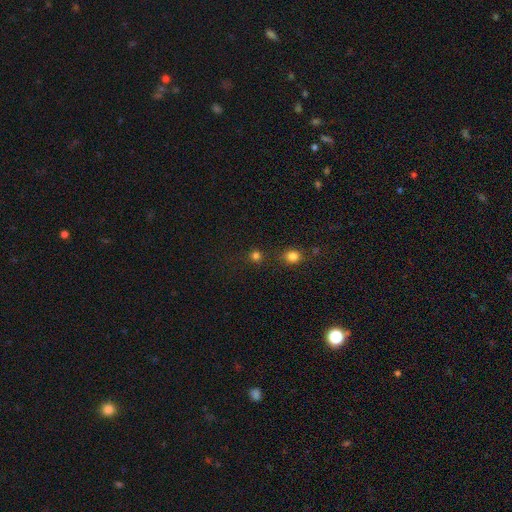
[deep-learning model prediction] A smooth galaxy with no disk features (76%) that is round (91%). Merging: none (79%).